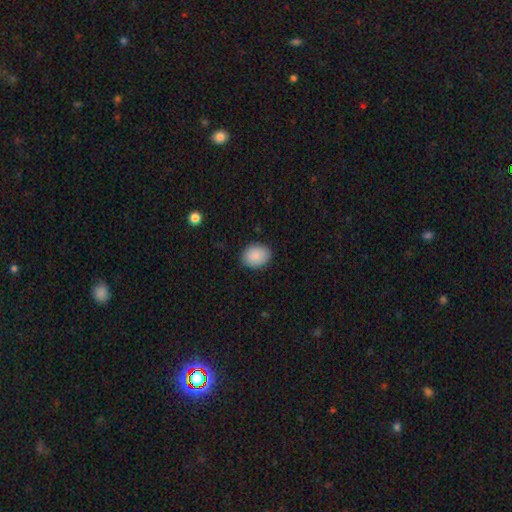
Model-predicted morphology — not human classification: Smooth or featured? Predicted: smooth (p=0.89). How rounded? Predicted: in between (p=0.59). Merging? Predicted: none (p=0.87).